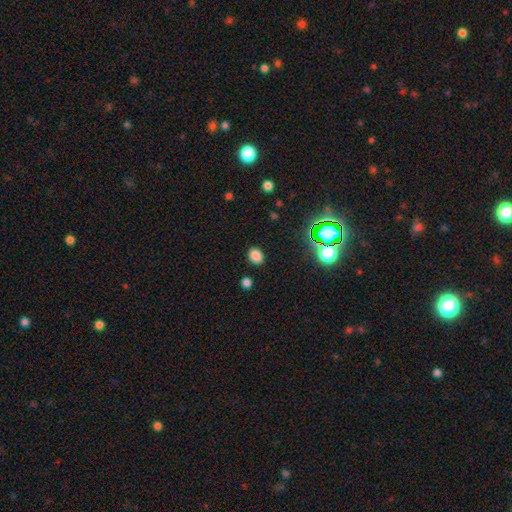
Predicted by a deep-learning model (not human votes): smooth-or-featured: smooth: 80% | star or artifact: 16% | featured or disk: 4%
  how-rounded: in between: 50% | round: 49% | cigar-shaped: 1%
  merging: none: 88% | minor disturbance: 8% | major disturbance: 3% | merger: 2%